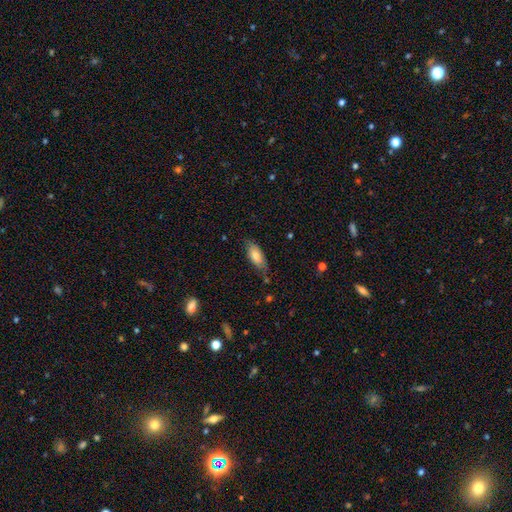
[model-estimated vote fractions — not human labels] Smooth or featured? smooth (77%)
How rounded? in between (80%)
Merging? none (69%)